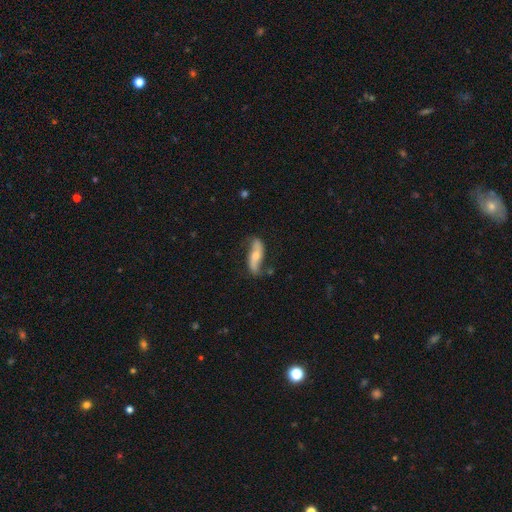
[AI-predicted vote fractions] A featured or disk galaxy (59%).

Vote fractions:
- Smooth or featured? featured or disk: 59% / smooth: 35% / star or artifact: 6%
- Edge-on disk? no: 74% / yes: 26%
- Merging? none: 68% / minor disturbance: 23% / major disturbance: 7% / merger: 3%